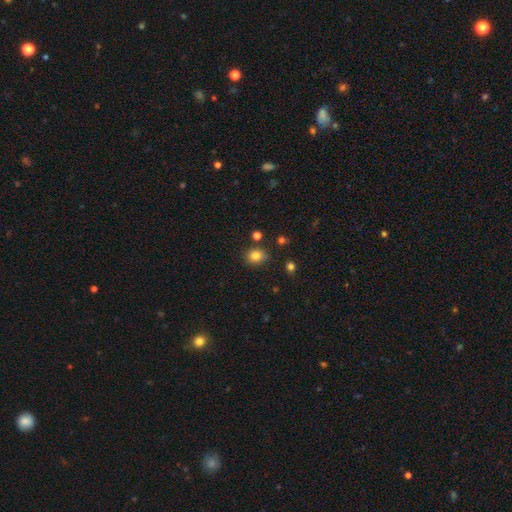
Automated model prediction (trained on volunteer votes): This appears to be a smooth galaxy with no disk features (82%) that is round (62%). Merging: none (82%).